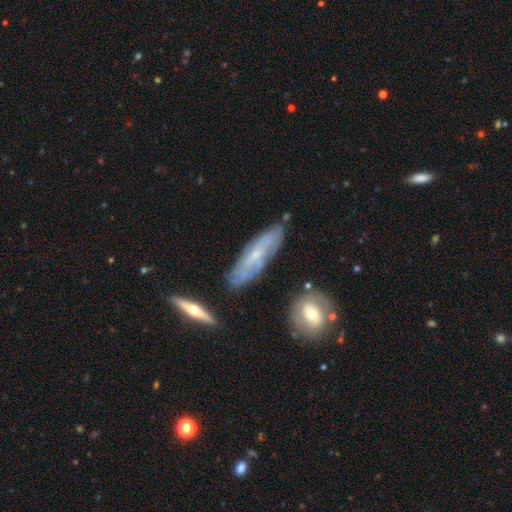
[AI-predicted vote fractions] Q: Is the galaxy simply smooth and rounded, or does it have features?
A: featured or disk — 62%.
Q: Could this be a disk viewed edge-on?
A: no — 60%.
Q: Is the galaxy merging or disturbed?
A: none — 75%.